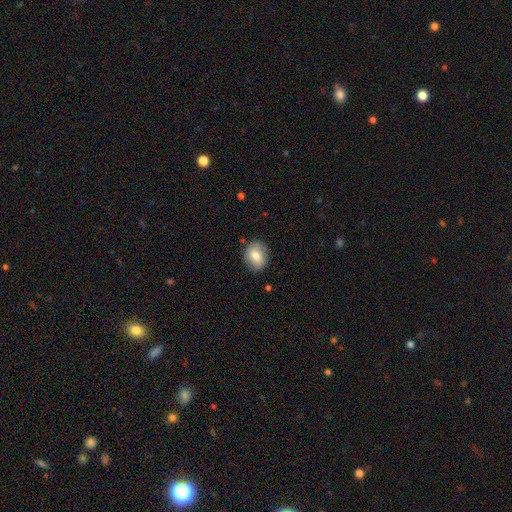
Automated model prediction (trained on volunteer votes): This appears to be a smooth galaxy with no disk features (74%) that is round (51%). Merging: none (83%).